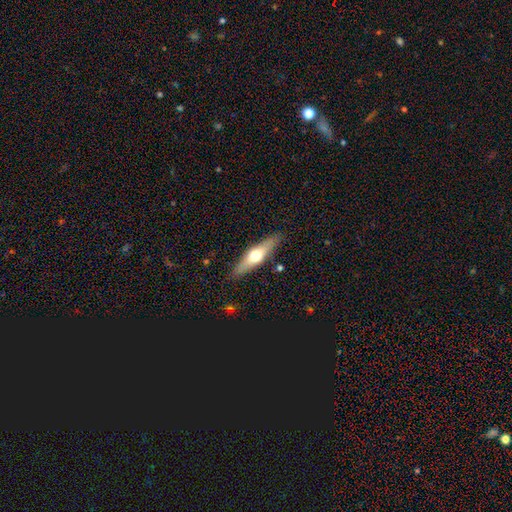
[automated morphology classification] featured or disk 54%, smooth 40%, star or artifact 6%. Down the decision tree: edge-on disk — yes (91%); merging — none (87%).